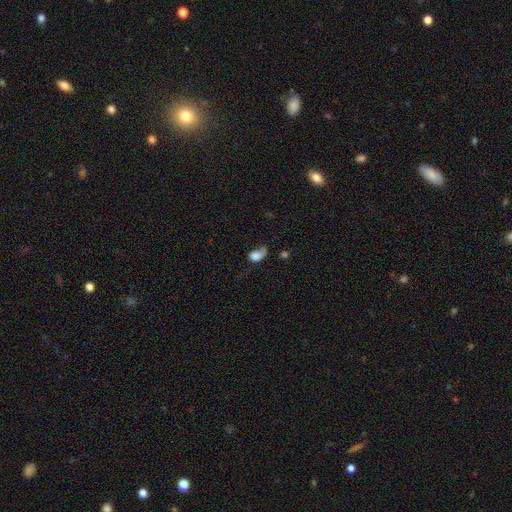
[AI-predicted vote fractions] smooth-or-featured: smooth: 71% | featured or disk: 20% | star or artifact: 10%
  how-rounded: in between: 75% | round: 22% | cigar-shaped: 3%
  merging: major disturbance: 42% | minor disturbance: 28% | none: 24% | merger: 7%